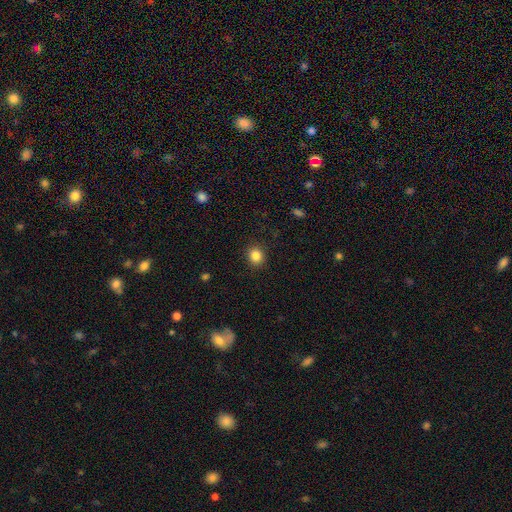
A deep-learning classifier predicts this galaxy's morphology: Overall: smooth (85%). How rounded: round (80%). Merging: none (90%).